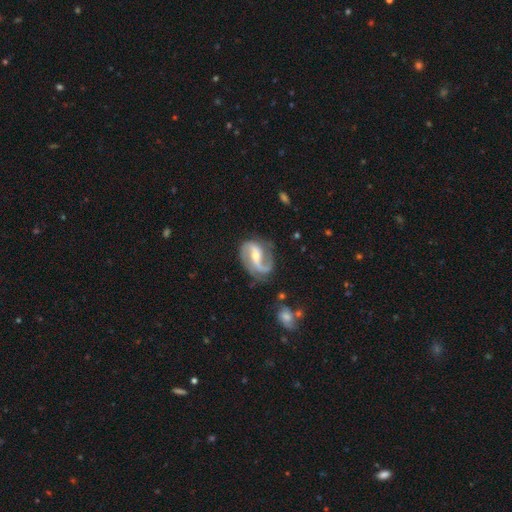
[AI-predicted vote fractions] Smooth or featured? featured or disk (89%)
Edge-on disk? no (98%)
Bar? weak (38%)
Spiral arms? yes (97%)
Spiral winding? loose (47%)
Spiral arm count? 2 (86%)
Bulge size? moderate (49%)
Merging? none (68%)